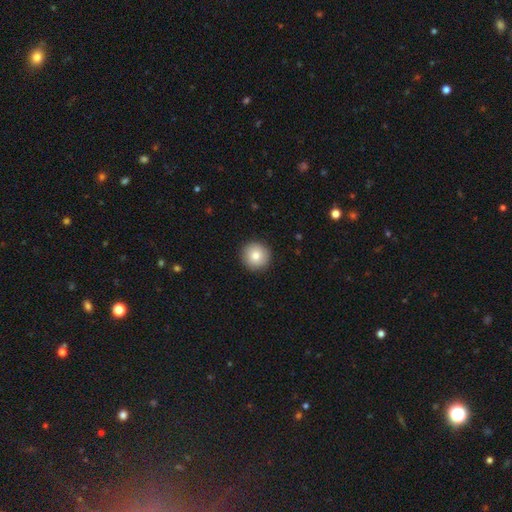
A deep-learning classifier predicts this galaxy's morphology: A smooth galaxy with no disk features (83%) that is round (96%).

Vote fractions:
- Smooth or featured? smooth: 83% / featured or disk: 9% / star or artifact: 8%
- How rounded? round: 96% / in between: 3% / cigar-shaped: 1%
- Merging? none: 93% / minor disturbance: 5% / major disturbance: 2% / merger: 1%